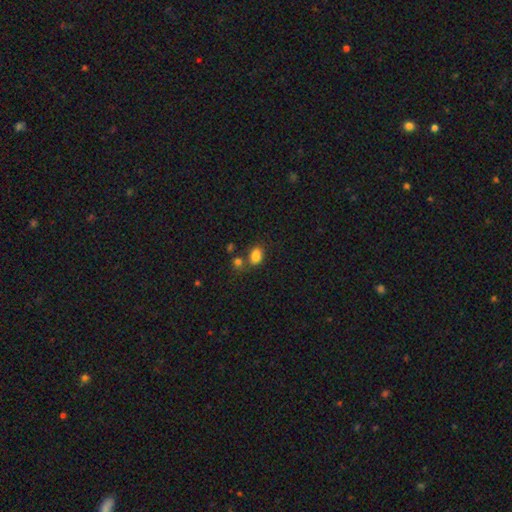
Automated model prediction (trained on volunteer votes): Overall: smooth (84%). How rounded: in between (76%). Merging: none (62%).